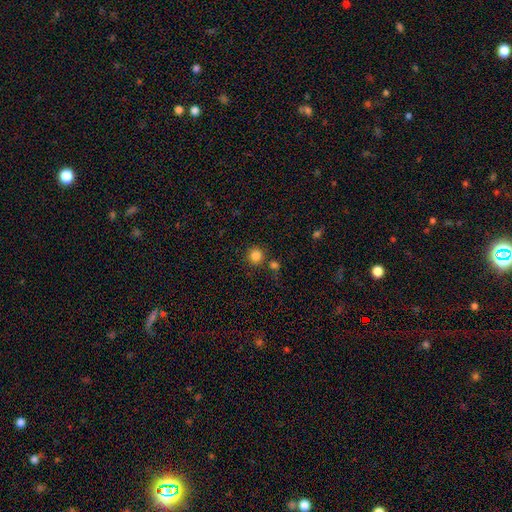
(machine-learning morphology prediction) A smooth galaxy with no disk features (84%) that is round (93%). Merging: none (79%).